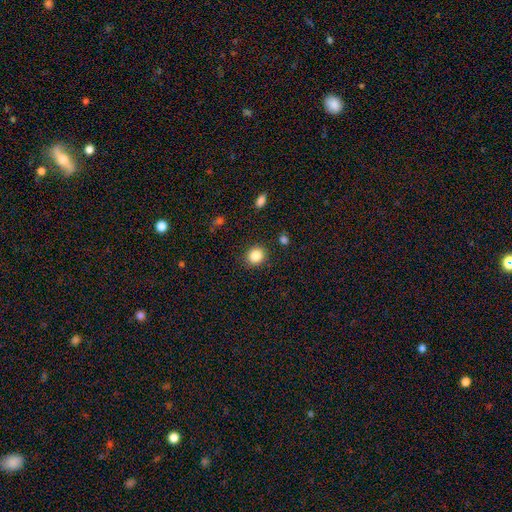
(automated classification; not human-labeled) Smooth or featured? smooth (85%)
How rounded? round (81%)
Merging? none (89%)